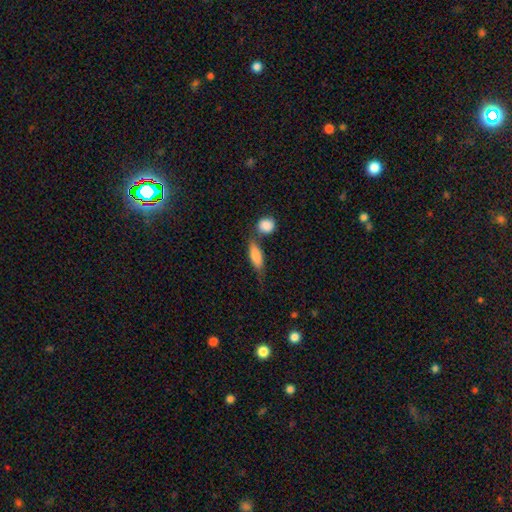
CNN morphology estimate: smooth-or-featured: smooth: 74% | featured or disk: 19% | star or artifact: 7%
  how-rounded: in between: 65% | cigar-shaped: 30% | round: 5%
  merging: none: 50% | merger: 24% | minor disturbance: 19% | major disturbance: 7%